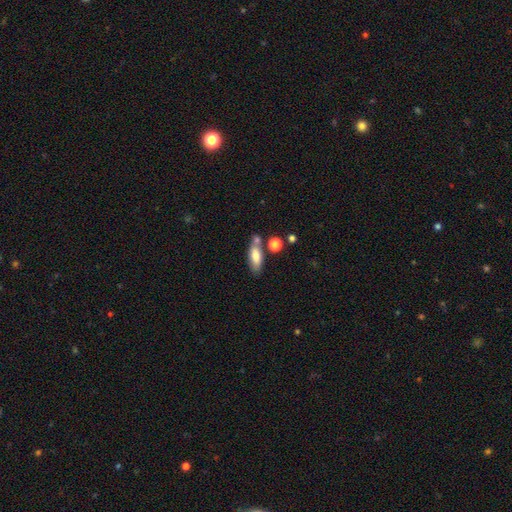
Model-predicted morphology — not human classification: A smooth galaxy with no disk features (76%) that is in between round and cigar-shaped (71%). Merging: none (60%).